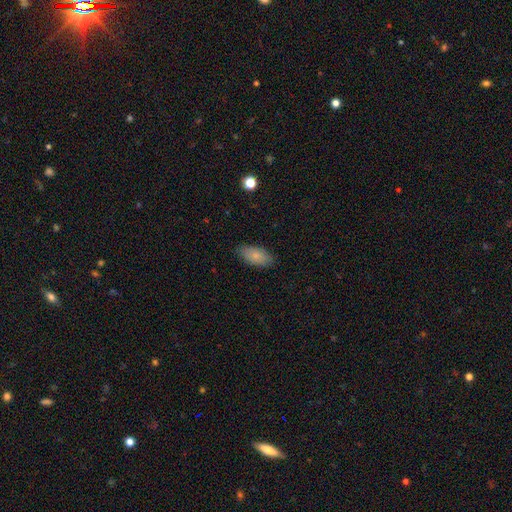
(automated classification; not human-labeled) smooth-or-featured: smooth: 82% | featured or disk: 11% | star or artifact: 7%
  how-rounded: in between: 90% | cigar-shaped: 7% | round: 3%
  merging: none: 85% | minor disturbance: 12% | major disturbance: 2% | merger: 1%